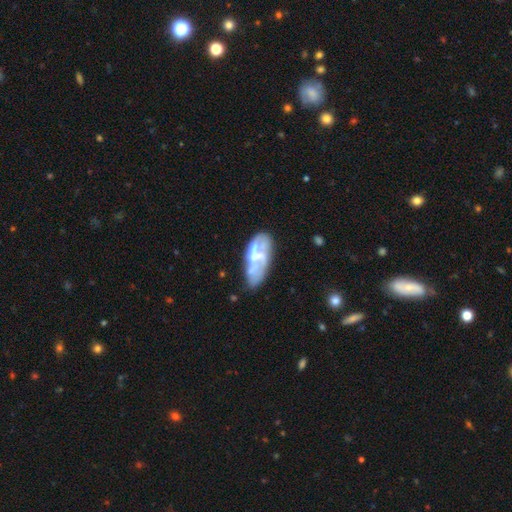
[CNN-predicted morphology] This is possibly a featured or disk galaxy (60%). It is clearly not viewed edge-on (93%). Bar: likely no (68%). Spiral arm pattern: likely no (66%). Central bulge: marginally moderate (44%). Merging: marginally none (36%).